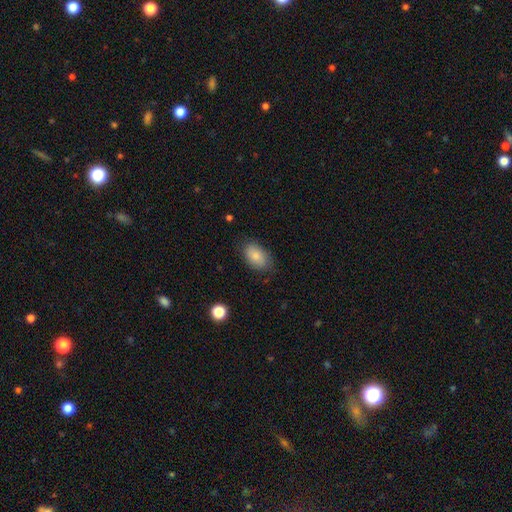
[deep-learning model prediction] Smooth or featured? Predicted: smooth (p=0.84). How rounded? Predicted: in between (p=0.90). Merging? Predicted: none (p=0.77).